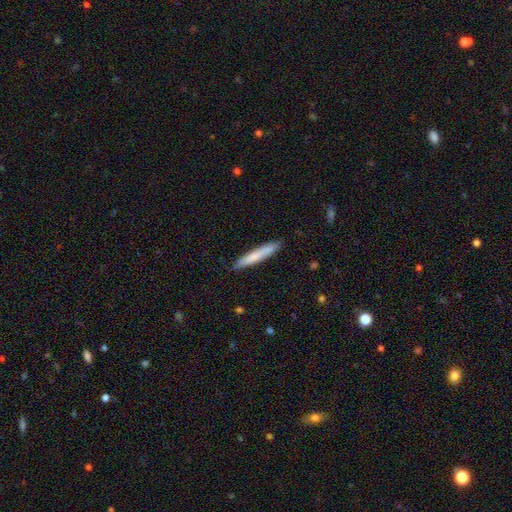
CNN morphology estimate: Q: Smooth or featured?
A: smooth (73%); runner-up: featured or disk (21%)
Q: How rounded?
A: cigar-shaped (95%); runner-up: in between (4%)
Q: Merging?
A: none (88%); runner-up: minor disturbance (9%)